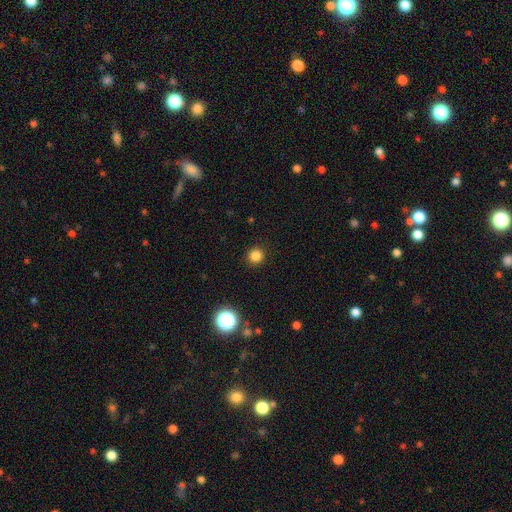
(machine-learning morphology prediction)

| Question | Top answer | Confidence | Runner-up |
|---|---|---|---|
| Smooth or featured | smooth | 83% | star or artifact (13%) |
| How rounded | round | 94% | in between (5%) |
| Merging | none | 92% | minor disturbance (5%) |